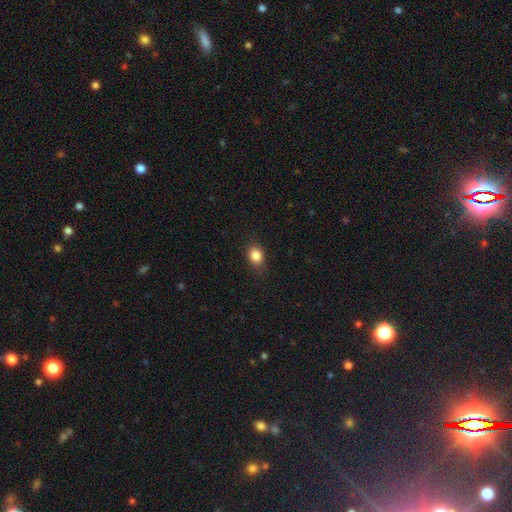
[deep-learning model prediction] A smooth galaxy with no disk features (85%) that is in between round and cigar-shaped (51%). Merging: none (85%).